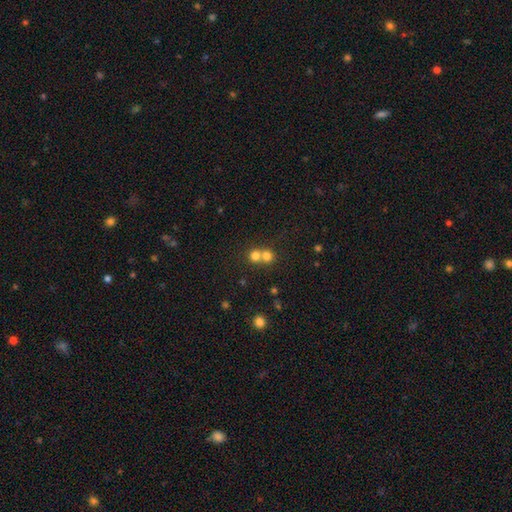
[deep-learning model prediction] This is likely a smooth galaxy (74%). How rounded: clearly round (87%). Merging: possibly merger (57%).